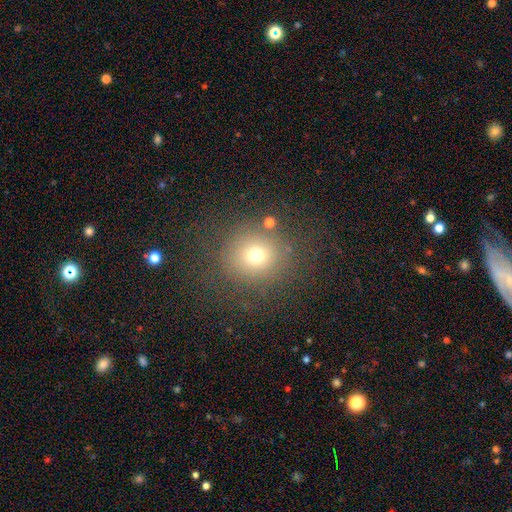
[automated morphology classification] smooth 69%, star or artifact 19%, featured or disk 12%. Down the decision tree: how rounded — round (90%); merging — none (78%).